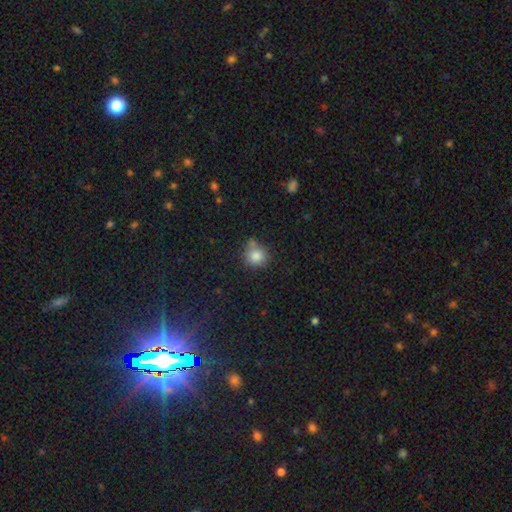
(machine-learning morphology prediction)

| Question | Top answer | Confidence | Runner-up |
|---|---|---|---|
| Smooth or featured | smooth | 83% | star or artifact (10%) |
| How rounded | round | 86% | in between (13%) |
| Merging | none | 60% | minor disturbance (19%) |